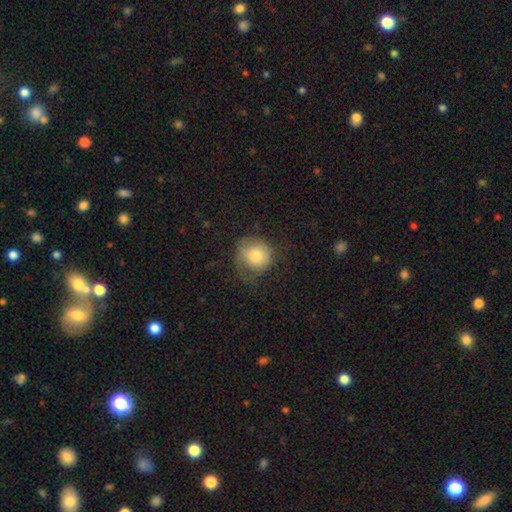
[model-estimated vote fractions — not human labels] Smooth or featured: smooth — 73% (featured or disk — 18%)
How rounded: round — 85% (in between — 14%)
Merging: none — 52% (minor disturbance — 28%)